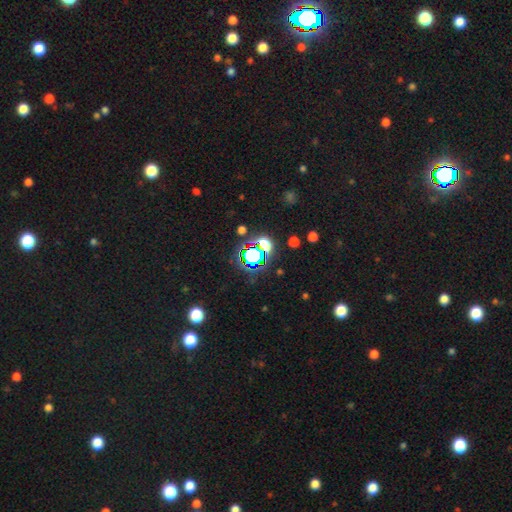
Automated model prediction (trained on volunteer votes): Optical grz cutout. It shows a star or artifact, not a galaxy (64%).